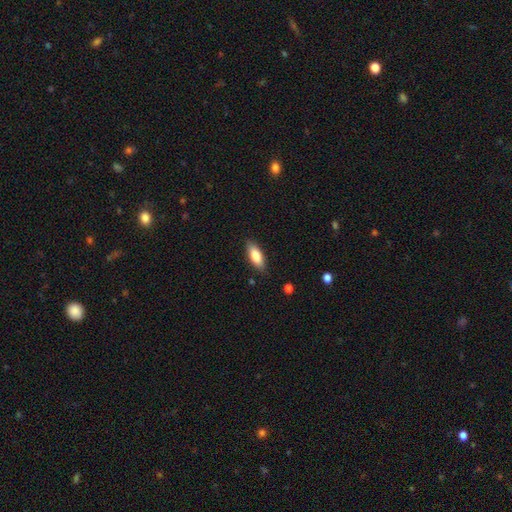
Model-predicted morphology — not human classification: A smooth galaxy with no disk features (80%) that is in between round and cigar-shaped (77%).

Vote fractions:
- Smooth or featured? smooth: 80% / featured or disk: 14% / star or artifact: 6%
- How rounded? in between: 77% / cigar-shaped: 20% / round: 2%
- Merging? none: 85% / minor disturbance: 11% / major disturbance: 2% / merger: 1%